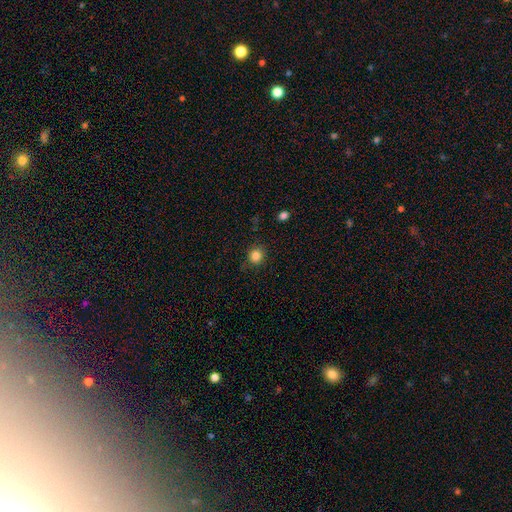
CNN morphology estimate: Smooth or featured? Predicted: smooth (p=0.84). How rounded? Predicted: round (p=0.87). Merging? Predicted: none (p=0.85).